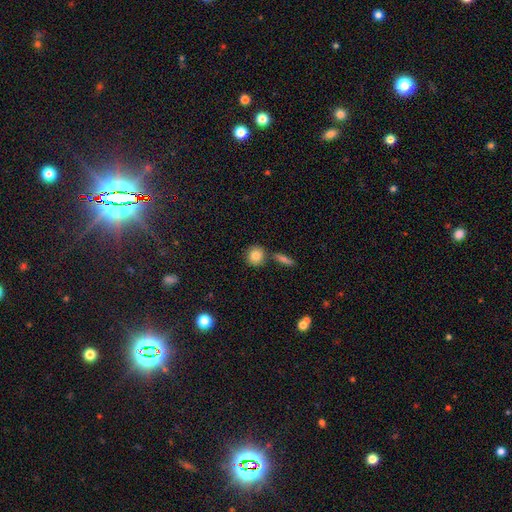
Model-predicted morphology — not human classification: type=smooth (84%); roundness=round (85%); merging=none (72%).